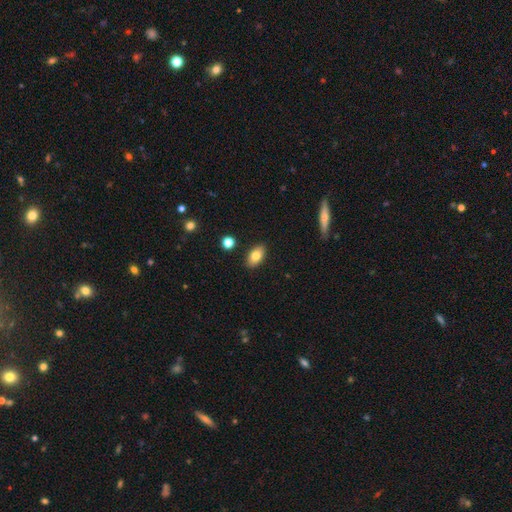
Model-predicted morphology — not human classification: type=smooth (78%); roundness=in between (91%); merging=none (88%).